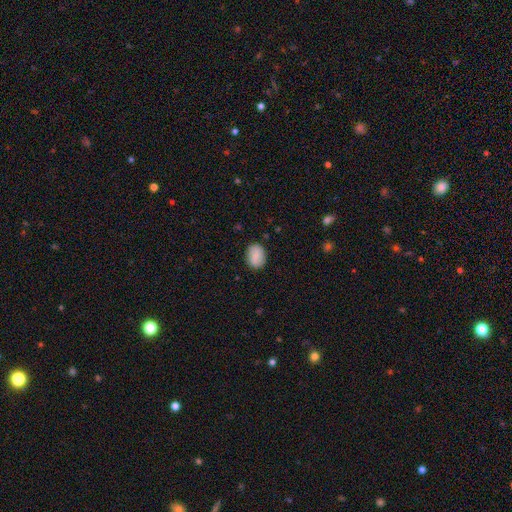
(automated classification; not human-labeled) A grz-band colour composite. It shows a smooth galaxy with no disk features (87%) that is in between round and cigar-shaped (70%). Merging: none (85%).